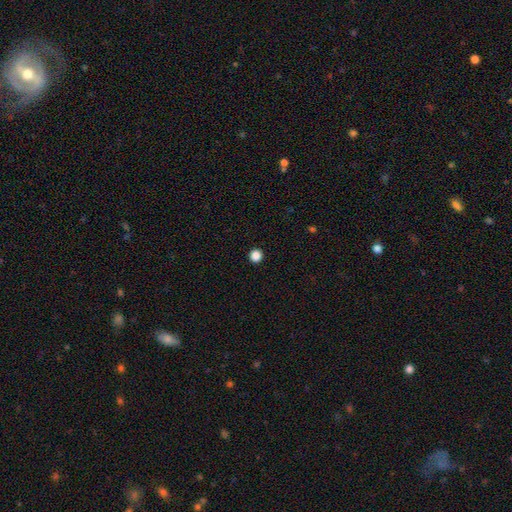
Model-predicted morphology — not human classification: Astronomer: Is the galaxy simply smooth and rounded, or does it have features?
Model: smooth — 87%.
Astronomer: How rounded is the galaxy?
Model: round — 95%.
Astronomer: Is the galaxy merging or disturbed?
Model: none — 94%.